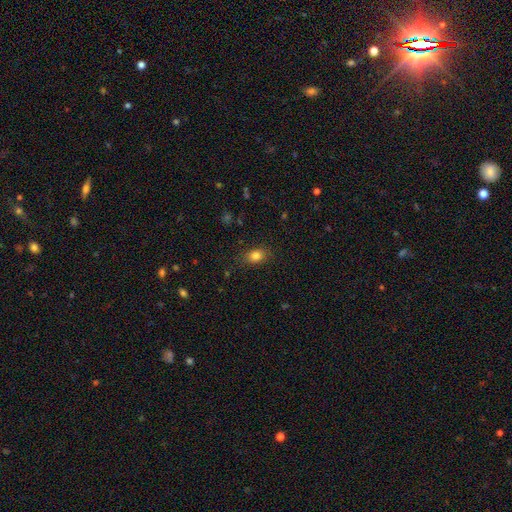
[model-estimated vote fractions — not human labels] smooth_or_featured: smooth (p=0.83) [alt: star or artifact p=0.11]
how_rounded: in between (p=0.66) [alt: round p=0.32]
merging: none (p=0.82) [alt: minor disturbance p=0.13]